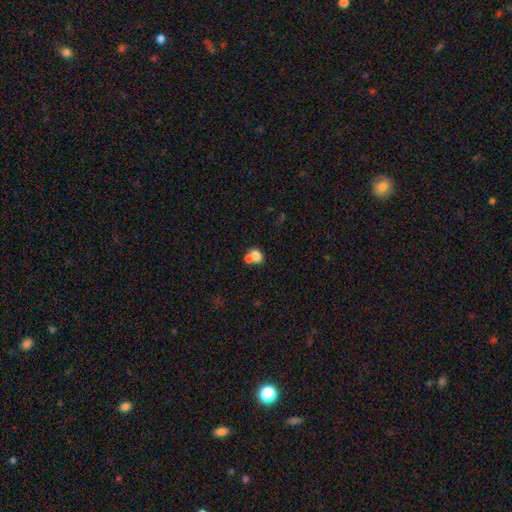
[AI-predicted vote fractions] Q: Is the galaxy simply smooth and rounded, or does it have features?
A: smooth — 75%.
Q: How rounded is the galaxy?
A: in between — 59%.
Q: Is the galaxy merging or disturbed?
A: merger — 59%.